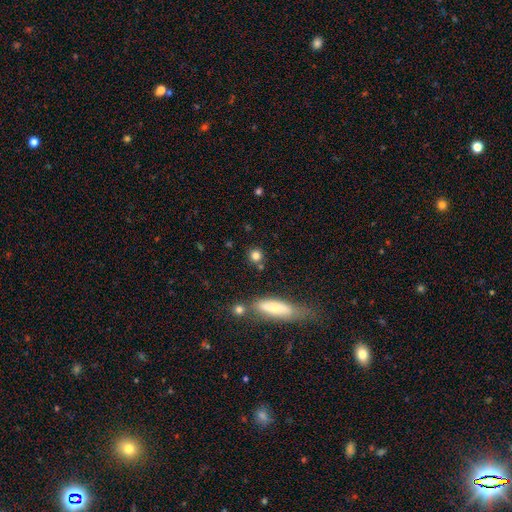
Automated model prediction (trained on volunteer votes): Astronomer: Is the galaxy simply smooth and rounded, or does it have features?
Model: smooth — 80%.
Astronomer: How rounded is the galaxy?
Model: round — 86%.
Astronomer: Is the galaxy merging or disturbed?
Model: none — 78%.